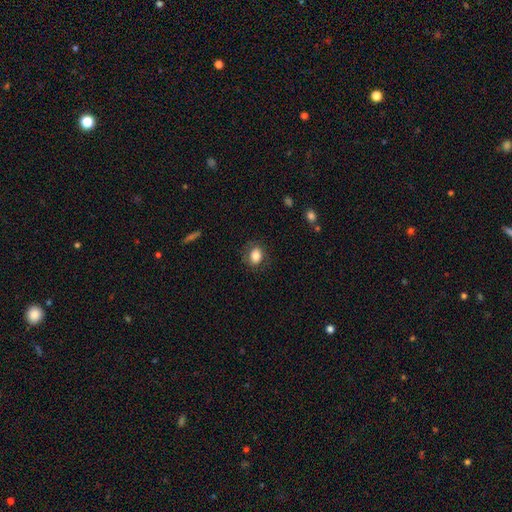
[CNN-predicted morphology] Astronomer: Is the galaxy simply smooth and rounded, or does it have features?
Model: smooth — 80%.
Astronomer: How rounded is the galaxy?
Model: in between — 54% (runner-up: round, 45%).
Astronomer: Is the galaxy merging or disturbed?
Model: none — 81%.